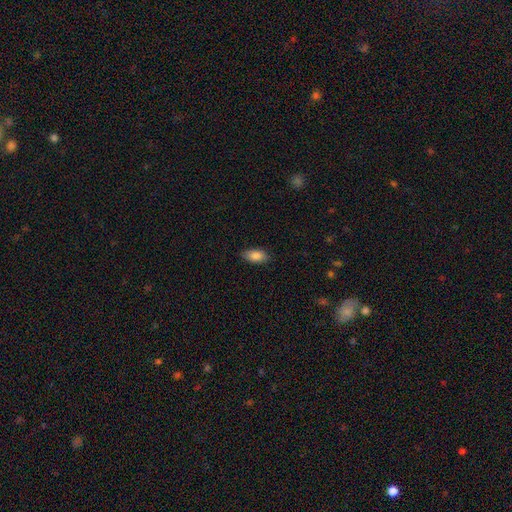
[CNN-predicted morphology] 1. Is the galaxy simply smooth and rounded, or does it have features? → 87% smooth, 7% star or artifact, 6% featured or disk.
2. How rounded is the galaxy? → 91% in between, 5% cigar-shaped, 4% round.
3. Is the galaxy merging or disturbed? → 84% none, 12% minor disturbance, 2% major disturbance, 1% merger.